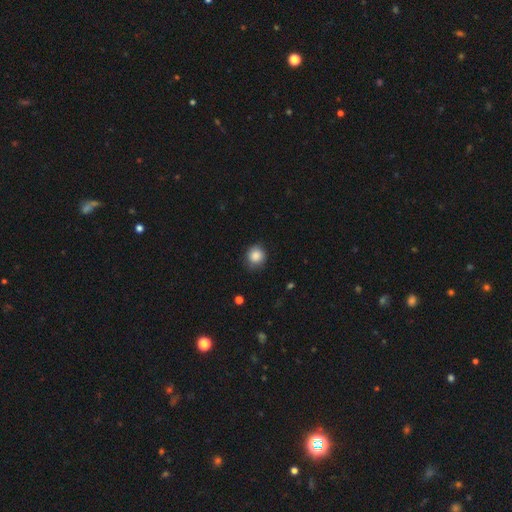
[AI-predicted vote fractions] smooth-or-featured: smooth: 87% | star or artifact: 9% | featured or disk: 4%
  how-rounded: round: 87% | in between: 12% | cigar-shaped: 1%
  merging: none: 80% | minor disturbance: 16% | major disturbance: 3% | merger: 1%